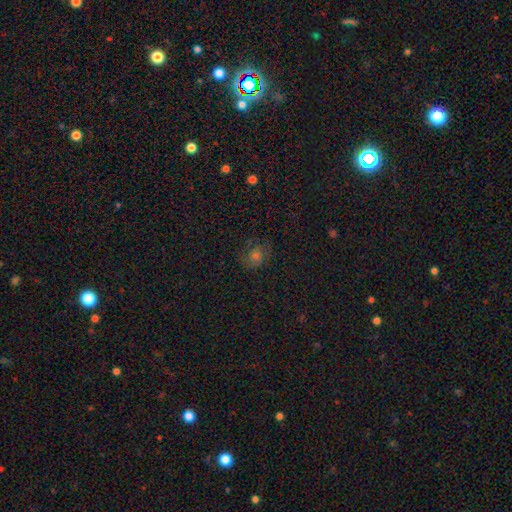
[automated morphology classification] Smooth or featured: smooth — 52% (star or artifact — 25%)
How rounded: round — 64% (in between — 35%)
Merging: none — 71% (minor disturbance — 19%)